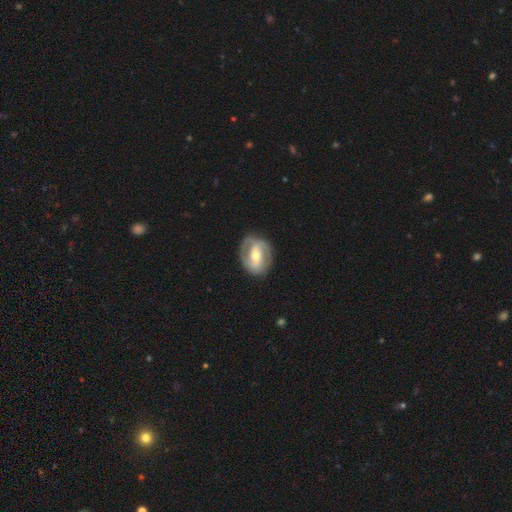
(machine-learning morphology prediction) smooth_or_featured: featured or disk (p=0.80) [alt: smooth p=0.15]
disk_edge_on: no (p=0.96) [alt: yes p=0.04]
bar: strong (p=0.48) [alt: weak p=0.34]
has_spiral_arms: yes (p=0.86) [alt: no p=0.14]
spiral_winding: medium (p=0.44) [alt: tight p=0.40]
spiral_arm_count: 2 (p=0.85) [alt: can't tell p=0.08]
bulge_size: moderate (p=0.62) [alt: small p=0.32]
merging: none (p=0.82) [alt: minor disturbance p=0.12]